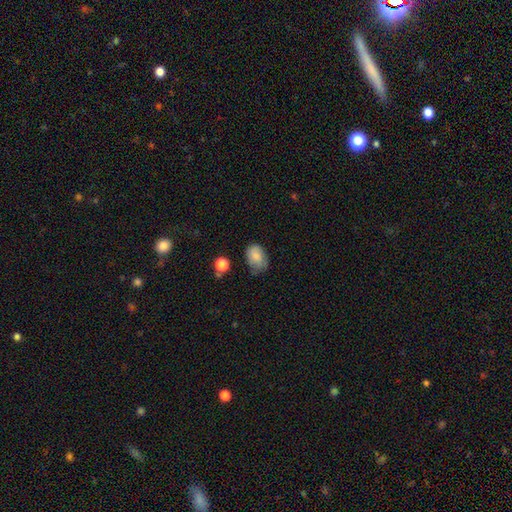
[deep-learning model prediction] This appears to be a smooth galaxy with no disk features (79%) that is in between round and cigar-shaped (76%). Merging: none (50%).